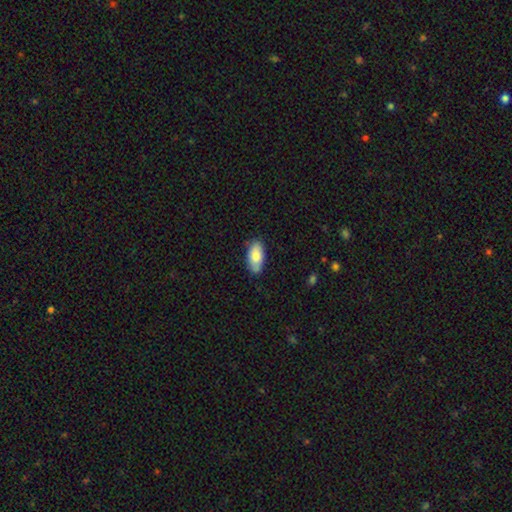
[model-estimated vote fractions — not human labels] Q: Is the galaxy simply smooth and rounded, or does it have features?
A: smooth — 82%.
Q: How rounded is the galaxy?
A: in between — 93%.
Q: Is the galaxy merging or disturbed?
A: none — 78%.